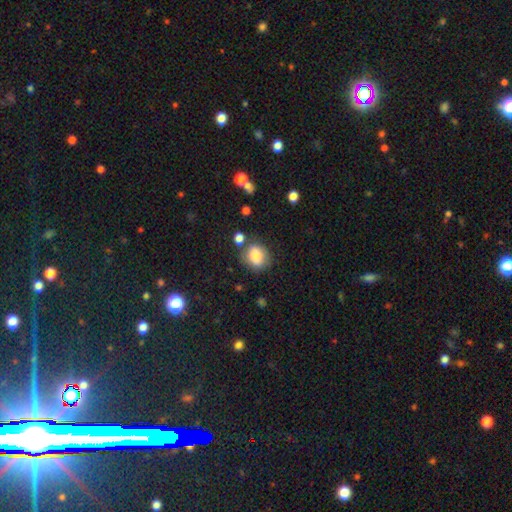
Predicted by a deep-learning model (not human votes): Smooth or featured: smooth — 80% (featured or disk — 11%)
How rounded: in between — 56% (round — 43%)
Merging: none — 71% (minor disturbance — 16%)